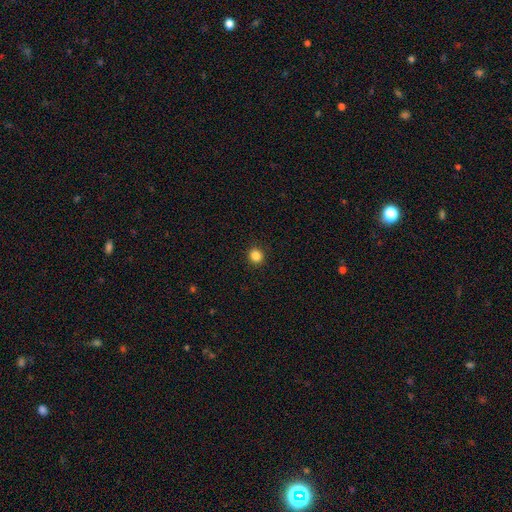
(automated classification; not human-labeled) This appears to be a smooth galaxy with no disk features (85%) that is round (89%). Merging: none (93%).